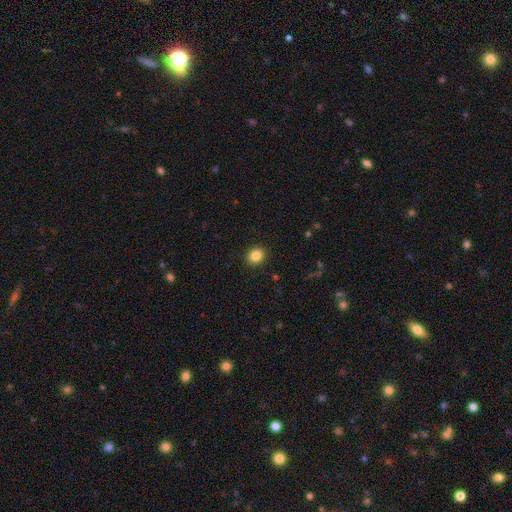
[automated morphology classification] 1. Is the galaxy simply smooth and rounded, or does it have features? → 85% smooth, 10% star or artifact, 5% featured or disk.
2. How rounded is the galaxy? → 69% round, 31% in between, 1% cigar-shaped.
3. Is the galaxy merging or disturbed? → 90% none, 7% minor disturbance, 2% major disturbance, 1% merger.